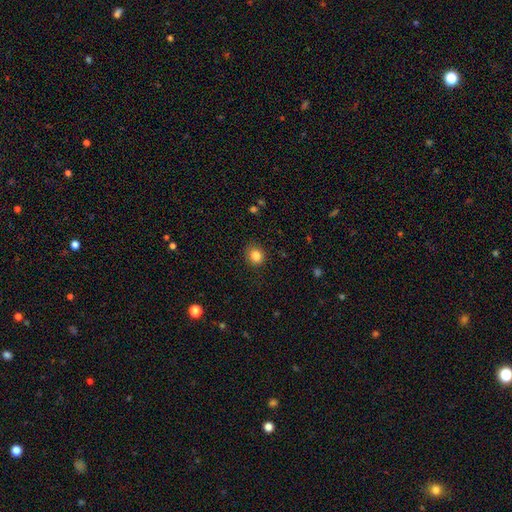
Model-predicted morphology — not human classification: smooth_or_featured: smooth (p=0.85) [alt: star or artifact p=0.11]
how_rounded: round (p=0.83) [alt: in between p=0.16]
merging: none (p=0.87) [alt: minor disturbance p=0.09]